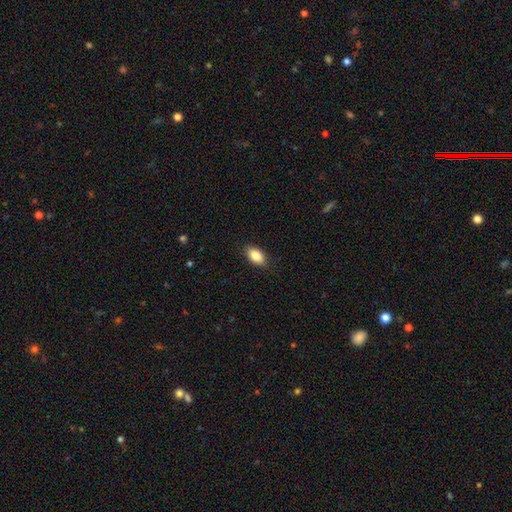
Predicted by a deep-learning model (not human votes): Smooth or featured?
  - smooth: 85% *
  - featured or disk: 8%
  - star or artifact: 7%
How rounded?
  - in between: 91% *
  - round: 7%
  - cigar-shaped: 3%
Merging?
  - none: 88% *
  - minor disturbance: 9%
  - major disturbance: 2%
  - merger: 1%